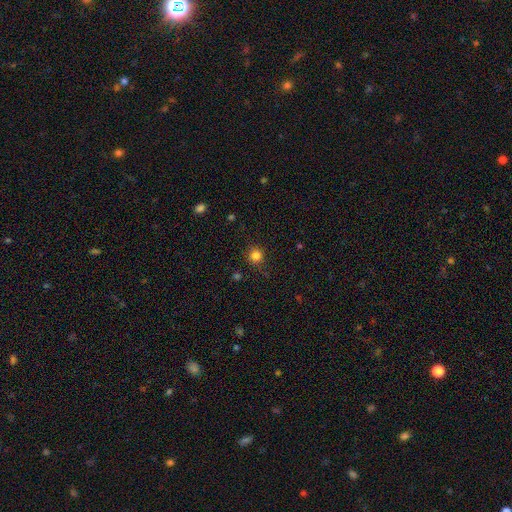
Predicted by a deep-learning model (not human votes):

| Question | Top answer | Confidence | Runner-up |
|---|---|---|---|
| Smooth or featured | smooth | 83% | star or artifact (13%) |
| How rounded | round | 93% | in between (6%) |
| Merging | none | 88% | minor disturbance (8%) |